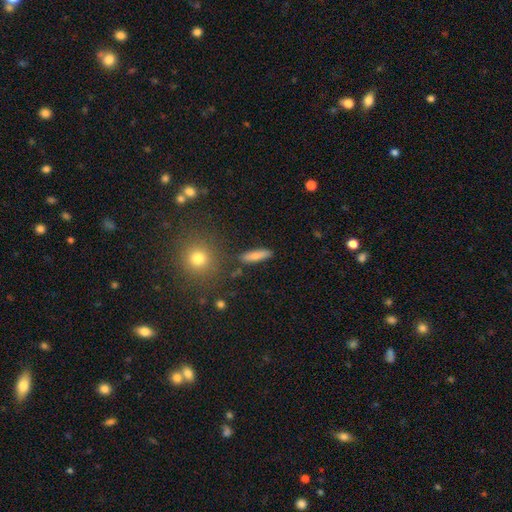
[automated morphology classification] A smooth galaxy with no disk features (79%) that is cigar-shaped (70%).

Vote fractions:
- Smooth or featured? smooth: 79% / featured or disk: 12% / star or artifact: 8%
- How rounded? cigar-shaped: 70% / in between: 26% / round: 4%
- Merging? none: 83% / minor disturbance: 10% / merger: 4% / major disturbance: 3%